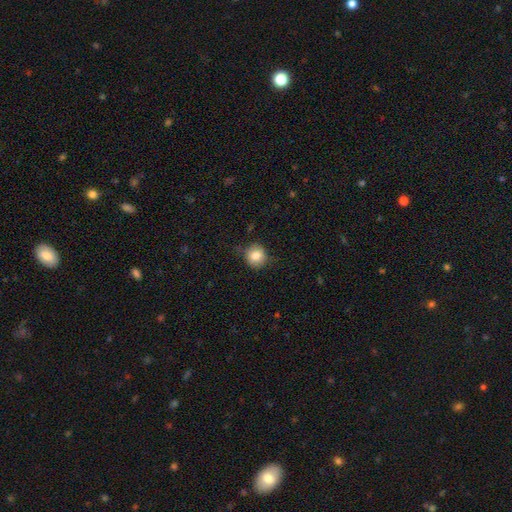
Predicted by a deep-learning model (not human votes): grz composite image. It shows a smooth galaxy with no disk features (82%) that is round (85%). Merging: none (78%).